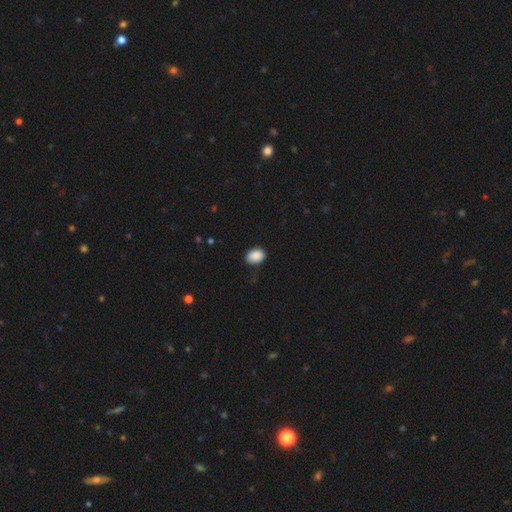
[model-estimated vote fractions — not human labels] Morphology: type=smooth (89%); roundness=in between (74%); merging=none (83%).